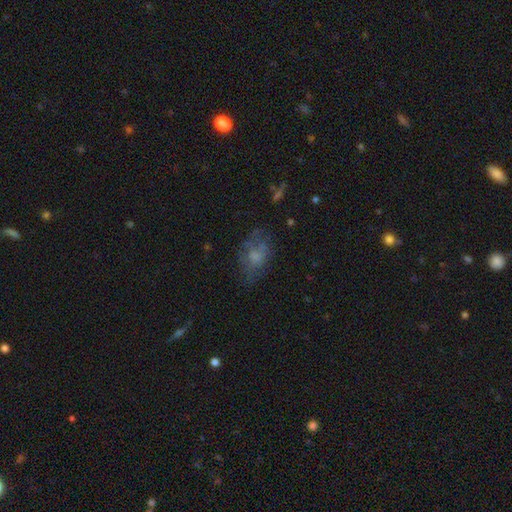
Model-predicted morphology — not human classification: Overall: smooth (53%; featured or disk 34%). How rounded: in between (77%). Merging: none (51%; minor disturbance 24%).